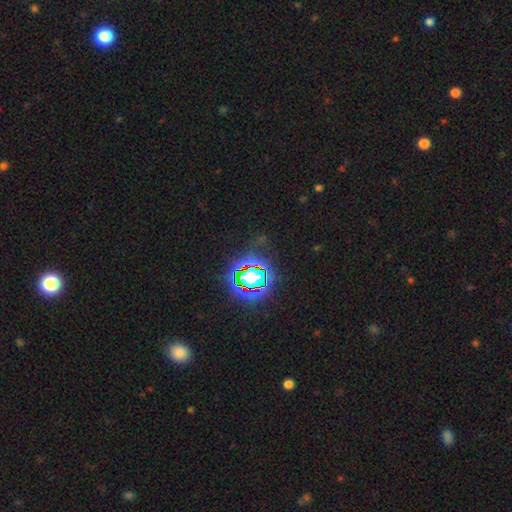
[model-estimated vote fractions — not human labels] A star or artifact, not a galaxy (81%).